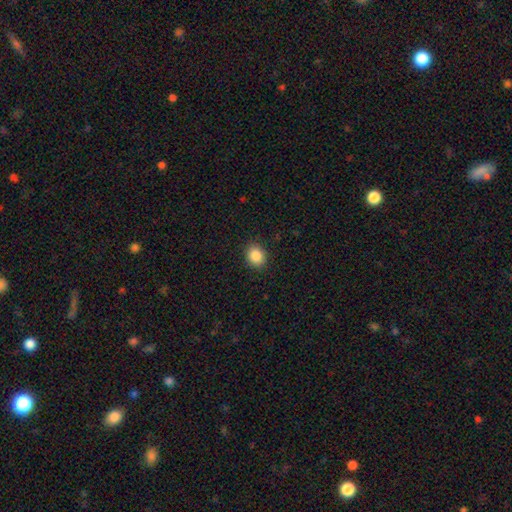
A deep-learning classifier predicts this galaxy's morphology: smooth 87%, star or artifact 9%, featured or disk 4%. Down the decision tree: how rounded — round (63%); merging — none (90%).